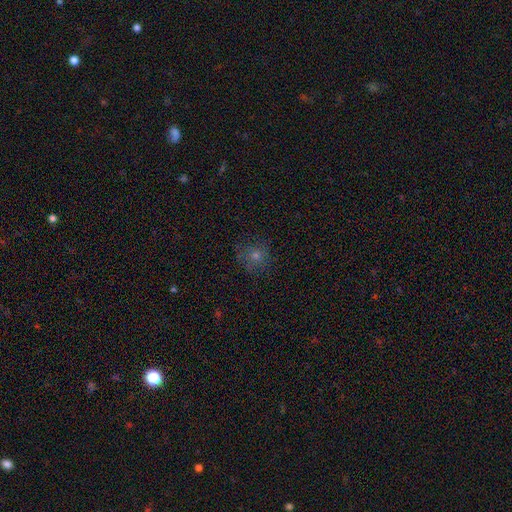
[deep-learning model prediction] Morphology: type=smooth (55%); roundness=round (90%); merging=none (80%).